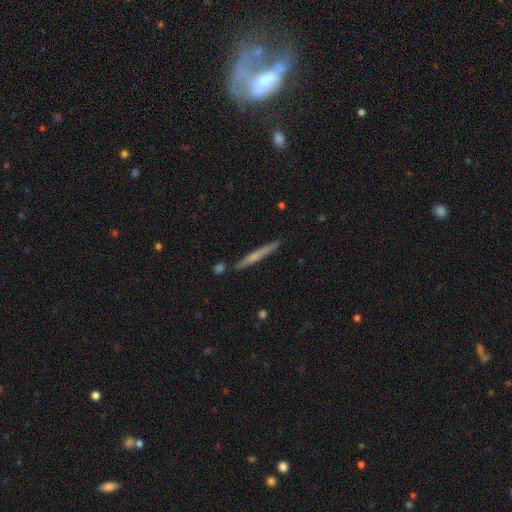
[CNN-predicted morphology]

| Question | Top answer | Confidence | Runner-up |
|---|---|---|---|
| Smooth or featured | featured or disk | 54% | smooth (40%) |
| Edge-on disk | yes | 97% | no (3%) |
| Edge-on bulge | none | 49% | rounded (43%) |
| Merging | none | 87% | minor disturbance (8%) |